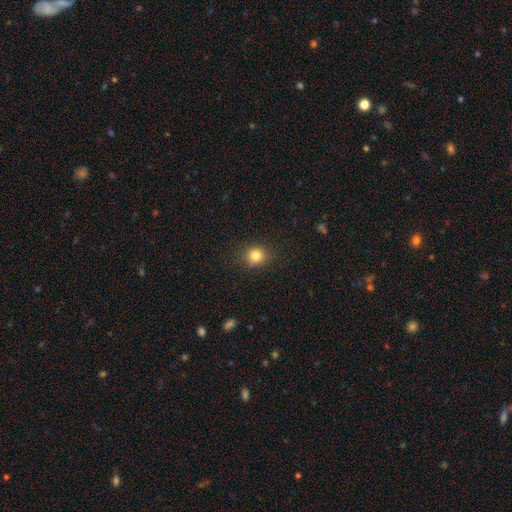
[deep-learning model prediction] smooth_or_featured: smooth (p=0.82) [alt: star or artifact p=0.12]
how_rounded: round (p=0.77) [alt: in between p=0.22]
merging: none (p=0.85) [alt: minor disturbance p=0.11]